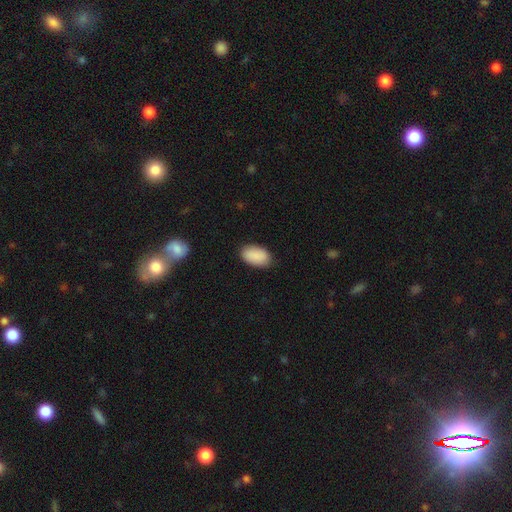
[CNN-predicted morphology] This appears to be a smooth galaxy with no disk features (90%) that is in between round and cigar-shaped (94%). Merging: none (85%).